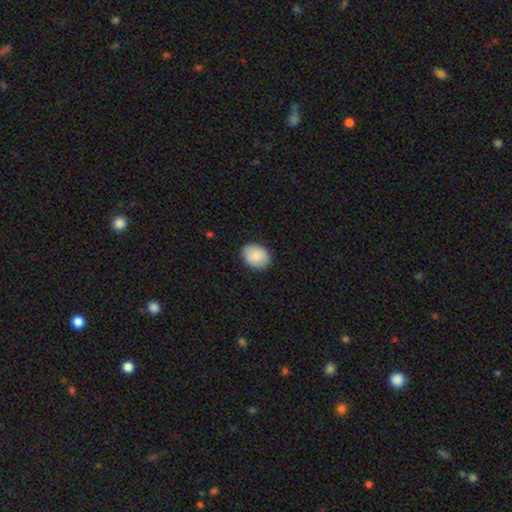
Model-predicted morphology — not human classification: Smooth or featured? smooth (85%)
How rounded? in between (63%)
Merging? none (87%)